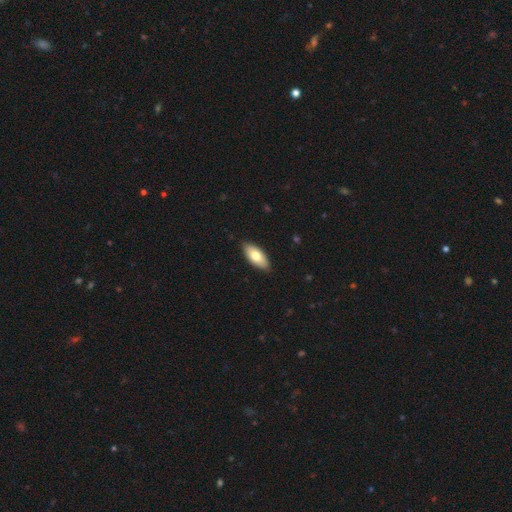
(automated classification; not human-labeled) smooth_or_featured: smooth (p=0.74) [alt: featured or disk p=0.20]
how_rounded: in between (p=0.89) [alt: cigar-shaped p=0.09]
merging: none (p=0.87) [alt: minor disturbance p=0.10]